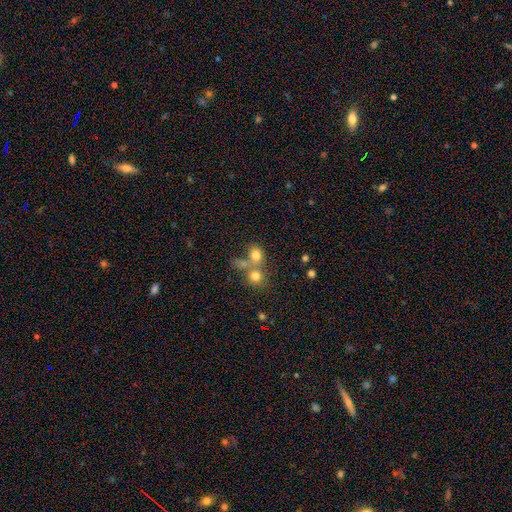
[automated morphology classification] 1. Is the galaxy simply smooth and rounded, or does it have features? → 75% smooth, 13% star or artifact, 12% featured or disk.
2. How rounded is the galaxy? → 63% round, 36% in between, 1% cigar-shaped.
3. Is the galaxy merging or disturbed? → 48% merger, 39% none, 8% minor disturbance, 6% major disturbance.